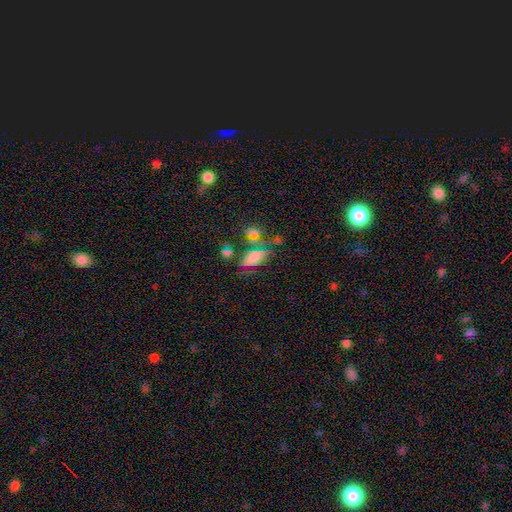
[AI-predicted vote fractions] smooth 68%, featured or disk 18%, star or artifact 14%. Down the decision tree: how rounded — in between (87%); merging — none (38%).